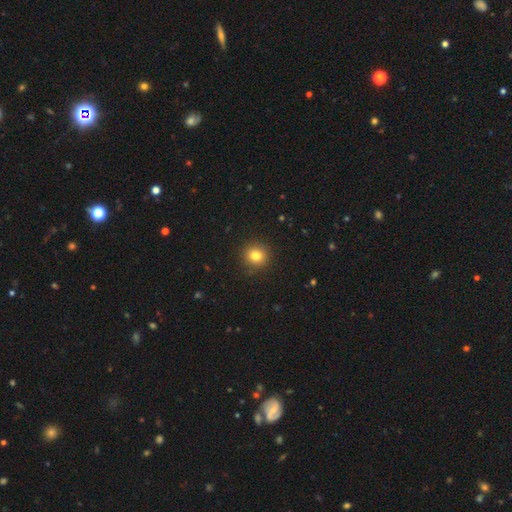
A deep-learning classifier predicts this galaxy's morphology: type=smooth (82%); roundness=round (91%); merging=none (90%).